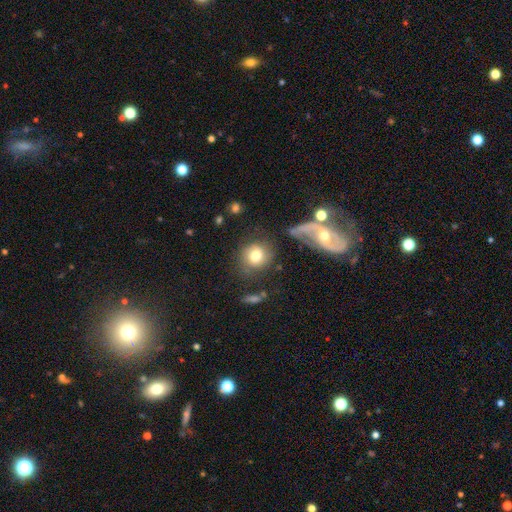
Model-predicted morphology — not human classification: Smooth or featured? Predicted: smooth (p=0.69). How rounded? Predicted: round (p=0.83). Merging? Predicted: none (p=0.66).